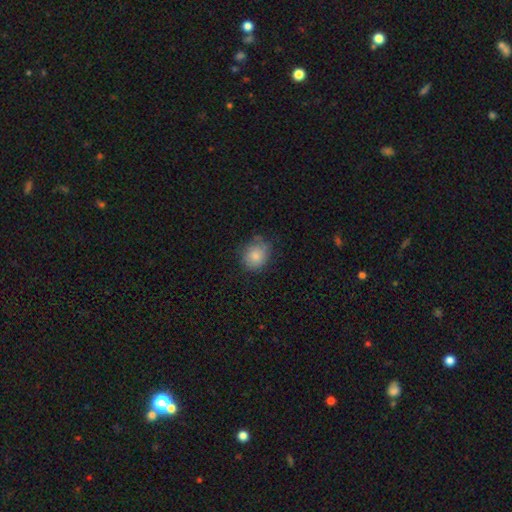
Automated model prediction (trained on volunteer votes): A smooth galaxy with no disk features (80%) that is round (68%).

Vote fractions:
- Smooth or featured? smooth: 80% / featured or disk: 12% / star or artifact: 8%
- How rounded? round: 68% / in between: 31% / cigar-shaped: 1%
- Merging? none: 67% / minor disturbance: 25% / major disturbance: 7% / merger: 2%